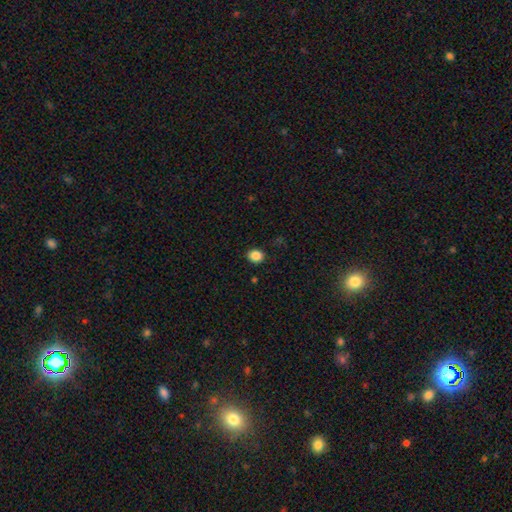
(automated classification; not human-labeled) smooth 87%, star or artifact 10%, featured or disk 3%. Down the decision tree: how rounded — round (67%); merging — none (89%).